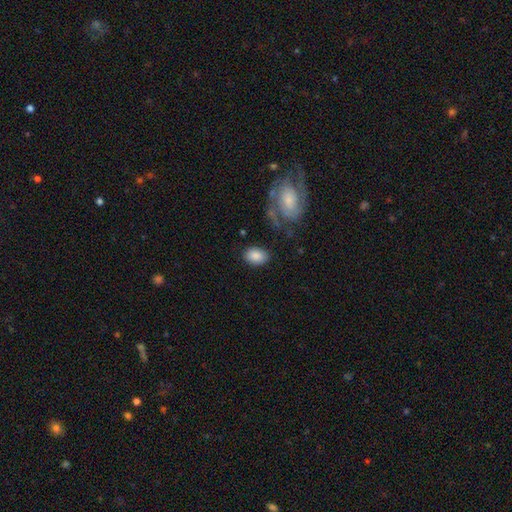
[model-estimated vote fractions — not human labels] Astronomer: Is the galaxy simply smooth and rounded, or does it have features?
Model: smooth — 85%.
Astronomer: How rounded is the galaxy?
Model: in between — 82%.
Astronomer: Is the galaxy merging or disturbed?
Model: none — 81%.